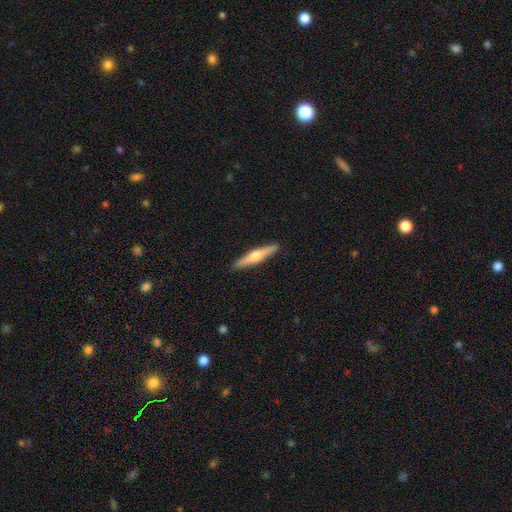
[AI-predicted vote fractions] This appears to be a featured or disk galaxy (56%) viewed edge-on (96%) with a rounded central bulge (90%). Merging: none (91%).